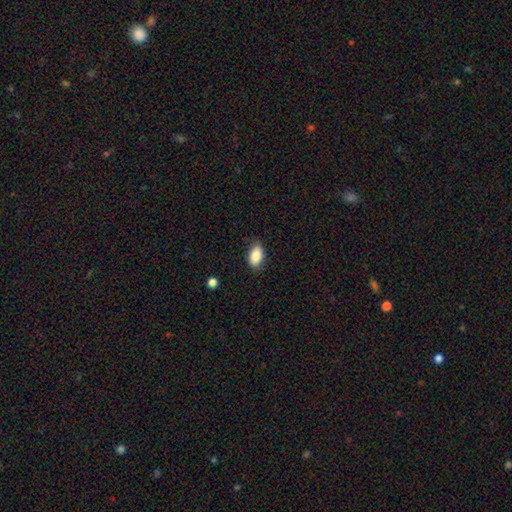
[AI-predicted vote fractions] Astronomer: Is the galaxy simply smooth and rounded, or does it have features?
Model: smooth — 86%.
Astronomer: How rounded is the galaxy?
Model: in between — 91%.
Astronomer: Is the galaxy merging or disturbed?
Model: none — 83%.